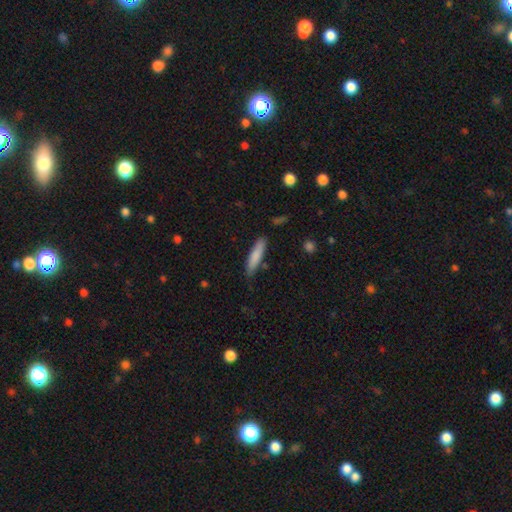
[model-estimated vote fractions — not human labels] Smooth or featured: smooth — 82% (featured or disk — 12%)
How rounded: cigar-shaped — 82% (in between — 16%)
Merging: none — 83% (minor disturbance — 13%)